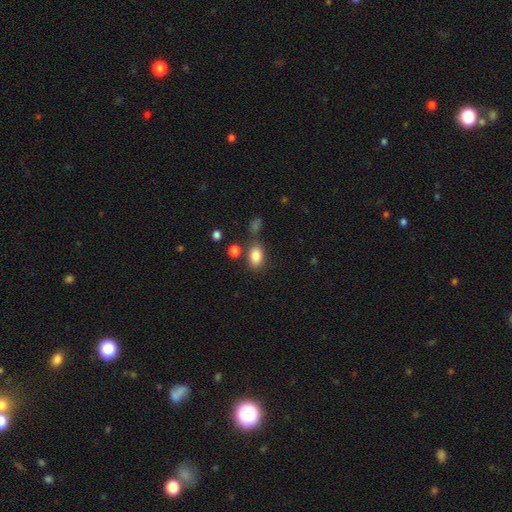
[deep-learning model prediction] Smooth or featured? Predicted: smooth (p=0.85). How rounded? Predicted: in between (p=0.84). Merging? Predicted: none (p=0.72).